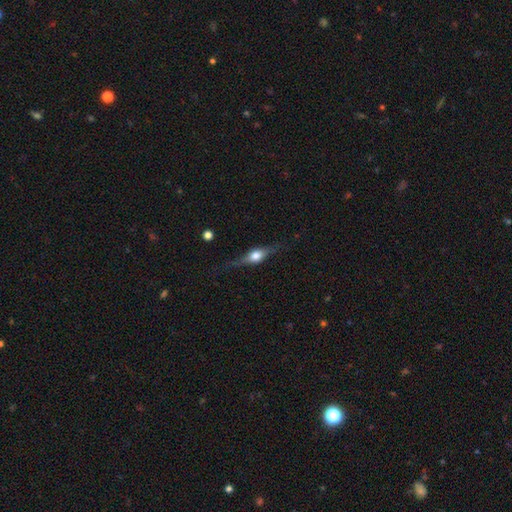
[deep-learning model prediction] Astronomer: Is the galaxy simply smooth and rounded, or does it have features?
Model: featured or disk — 63%.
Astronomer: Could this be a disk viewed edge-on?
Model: yes — 94%.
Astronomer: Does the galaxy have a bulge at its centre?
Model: rounded — 93%.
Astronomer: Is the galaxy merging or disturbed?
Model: none — 75%.